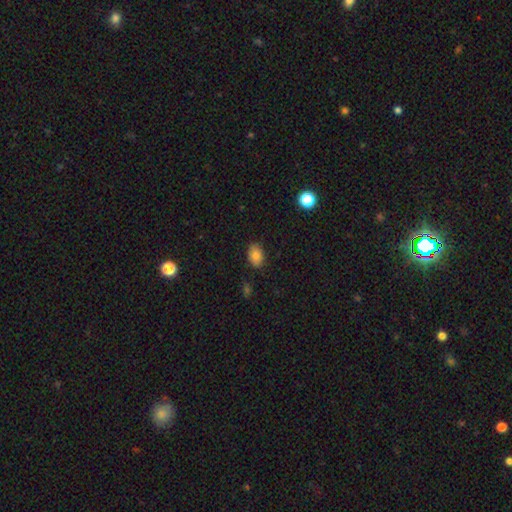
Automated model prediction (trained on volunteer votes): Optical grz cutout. It shows a smooth galaxy with no disk features (82%) that is in between round and cigar-shaped (80%). Merging: none (82%).